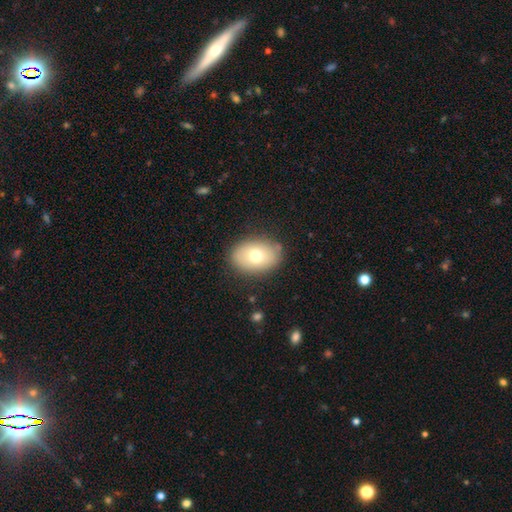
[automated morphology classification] type=smooth (71%); roundness=in between (80%); merging=none (84%).